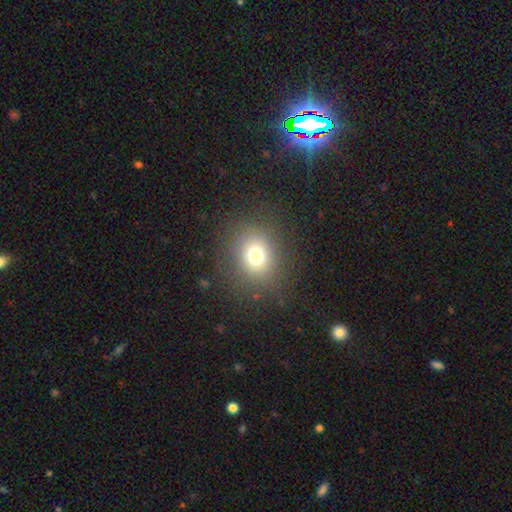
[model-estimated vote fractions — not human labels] A smooth galaxy with no disk features (72%) that is round (71%). Merging: none (84%).